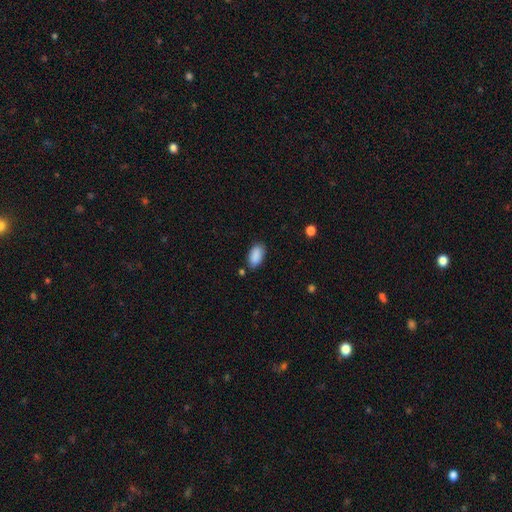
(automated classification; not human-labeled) Overall: smooth (90%). How rounded: in between (94%). Merging: none (83%).